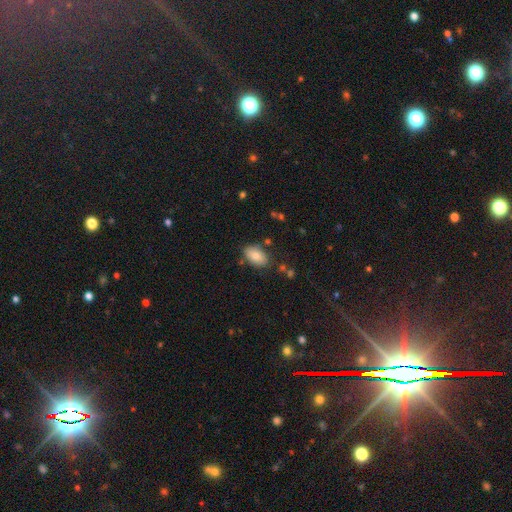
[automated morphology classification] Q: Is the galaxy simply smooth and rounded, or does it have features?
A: smooth — 82%.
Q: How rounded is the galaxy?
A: in between — 92%.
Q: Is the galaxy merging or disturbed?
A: none — 80%.